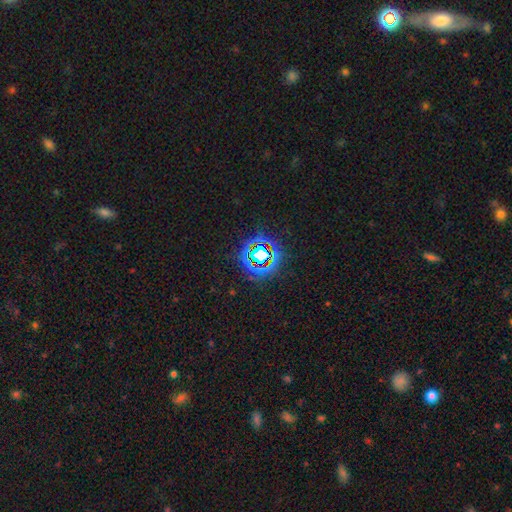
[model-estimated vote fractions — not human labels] A star or artifact, not a galaxy (73%).